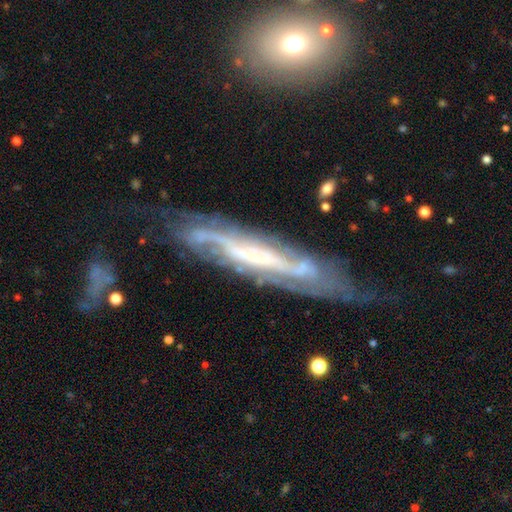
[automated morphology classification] smooth_or_featured: featured or disk (p=0.82) [alt: smooth p=0.11]
disk_edge_on: no (p=0.56) [alt: yes p=0.44]
merging: none (p=0.64) [alt: minor disturbance p=0.23]